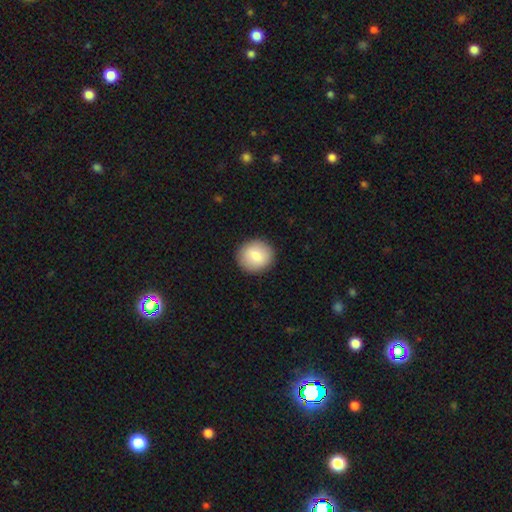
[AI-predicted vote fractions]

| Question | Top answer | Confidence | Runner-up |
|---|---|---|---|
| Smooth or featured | smooth | 81% | featured or disk (12%) |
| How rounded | round | 87% | in between (12%) |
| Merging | none | 91% | minor disturbance (6%) |